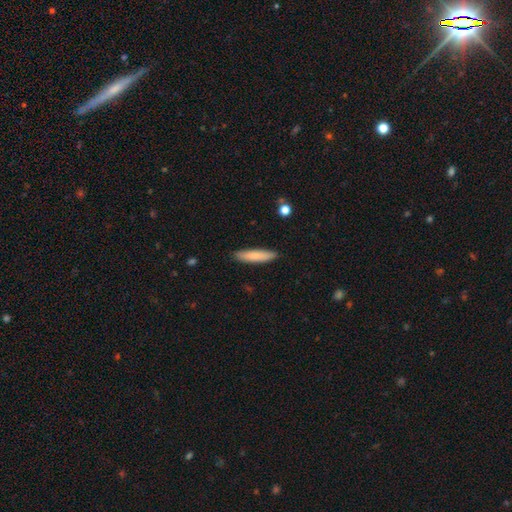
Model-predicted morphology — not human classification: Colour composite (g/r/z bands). It shows a smooth galaxy with no disk features (81%) that is cigar-shaped (82%). Merging: none (89%).